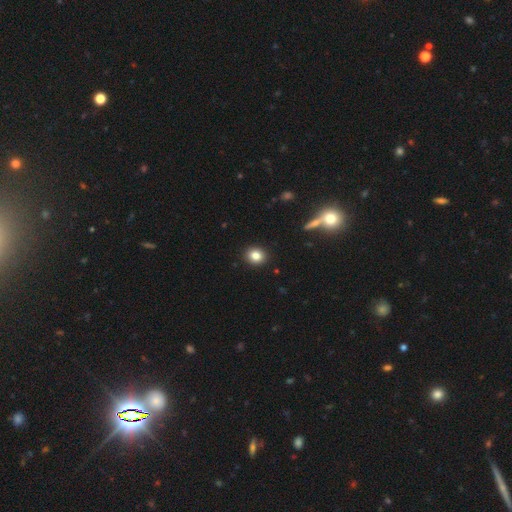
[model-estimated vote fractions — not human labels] A smooth galaxy with no disk features (83%) that is round (72%).

Vote fractions:
- Smooth or featured? smooth: 83% / star or artifact: 11% / featured or disk: 6%
- How rounded? round: 72% / in between: 26% / cigar-shaped: 1%
- Merging? none: 92% / minor disturbance: 6% / major disturbance: 2% / merger: 1%